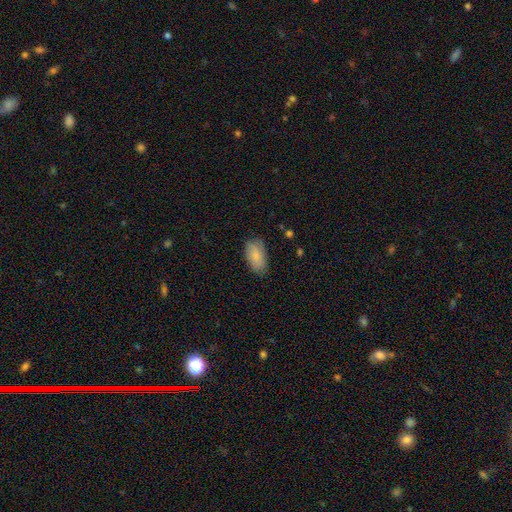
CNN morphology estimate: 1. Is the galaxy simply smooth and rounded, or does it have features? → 85% smooth, 9% featured or disk, 6% star or artifact.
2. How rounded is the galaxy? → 94% in between, 4% round, 3% cigar-shaped.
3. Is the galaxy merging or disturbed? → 78% none, 18% minor disturbance, 4% major disturbance, 1% merger.